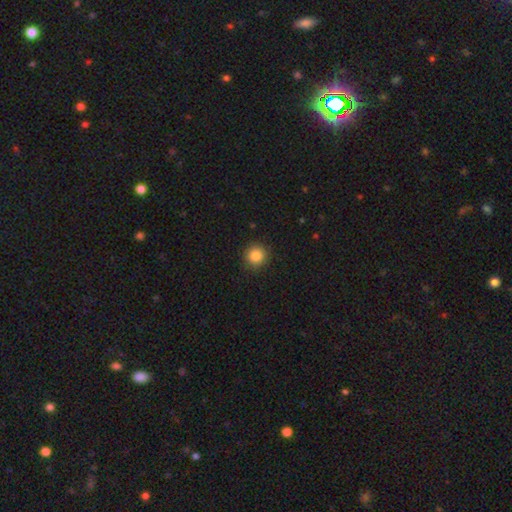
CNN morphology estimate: The model was most divided on "smooth or featured": smooth: 86%, star or artifact: 10%, featured or disk: 4%. More confident: how rounded — round (94%); merging — none (91%).